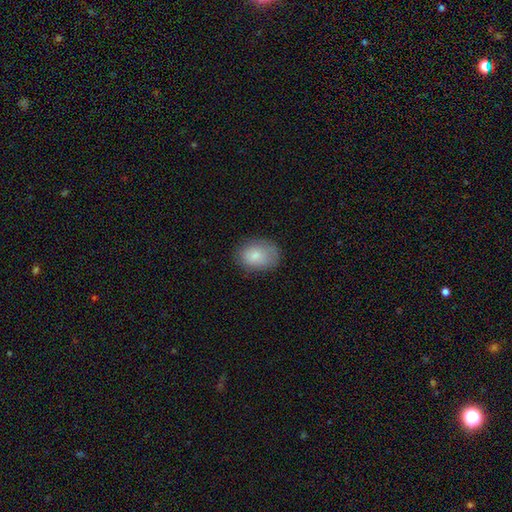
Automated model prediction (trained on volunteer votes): smooth_or_featured: smooth (p=0.81) [alt: featured or disk p=0.11]
how_rounded: in between (p=0.71) [alt: round p=0.28]
merging: none (p=0.73) [alt: minor disturbance p=0.20]